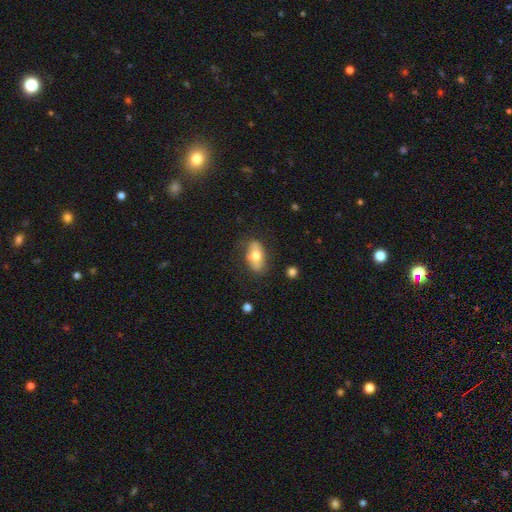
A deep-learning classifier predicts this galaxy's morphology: Smooth or featured? Predicted: smooth (p=0.65). How rounded? Predicted: in between (p=0.90). Merging? Predicted: none (p=0.77).